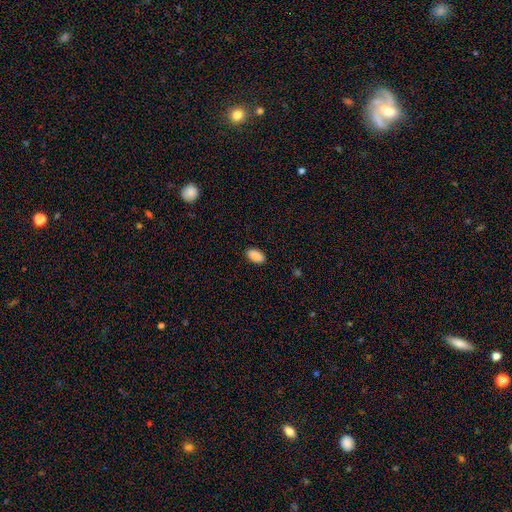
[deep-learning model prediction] A smooth galaxy with no disk features (90%) that is in between round and cigar-shaped (94%).

Vote fractions:
- Smooth or featured? smooth: 90% / star or artifact: 7% / featured or disk: 3%
- How rounded? in between: 94% / round: 3% / cigar-shaped: 2%
- Merging? none: 89% / minor disturbance: 8% / major disturbance: 2% / merger: 1%